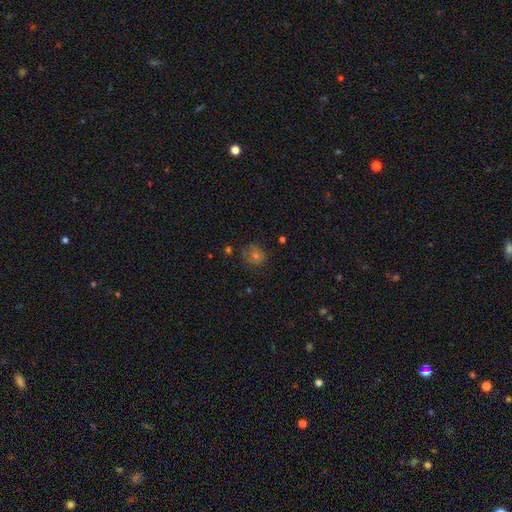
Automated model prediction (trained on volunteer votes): smooth_or_featured: smooth (p=0.57) [alt: star or artifact p=0.25]
how_rounded: round (p=0.85) [alt: in between p=0.14]
merging: none (p=0.76) [alt: minor disturbance p=0.16]